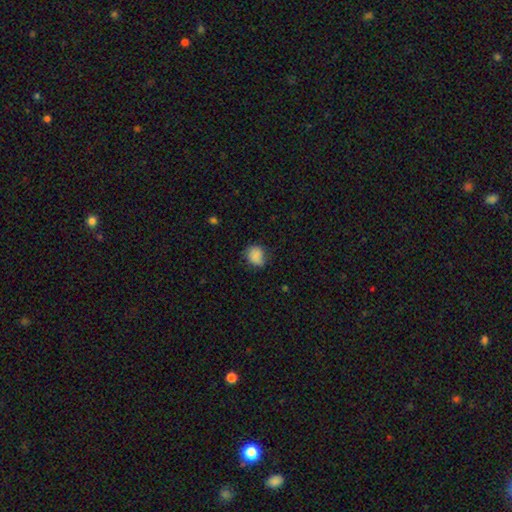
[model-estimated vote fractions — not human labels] A smooth galaxy with no disk features (80%) that is round (62%).

Vote fractions:
- Smooth or featured? smooth: 80% / featured or disk: 11% / star or artifact: 9%
- How rounded? round: 62% / in between: 38% / cigar-shaped: 1%
- Merging? none: 65% / minor disturbance: 27% / major disturbance: 7% / merger: 1%